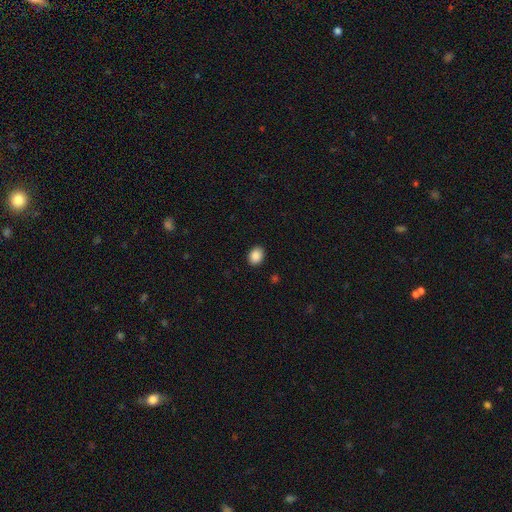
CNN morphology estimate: smooth 89%, star or artifact 8%, featured or disk 3%. Down the decision tree: how rounded — in between (57%); merging — none (89%).